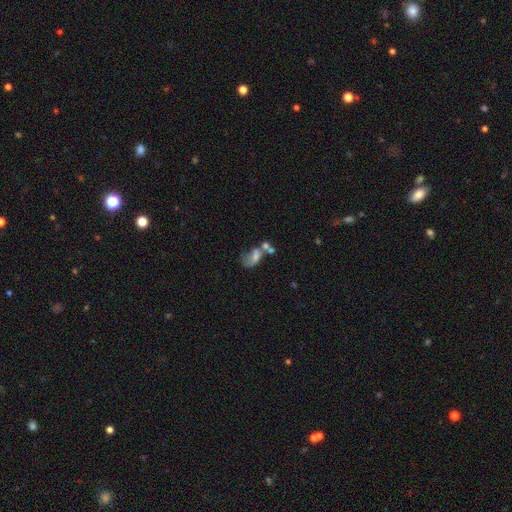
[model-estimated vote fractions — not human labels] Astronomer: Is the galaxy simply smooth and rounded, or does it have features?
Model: featured or disk — 47% (runner-up: smooth, 36%).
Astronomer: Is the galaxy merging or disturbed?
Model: merger — 39% (runner-up: none, 24%).